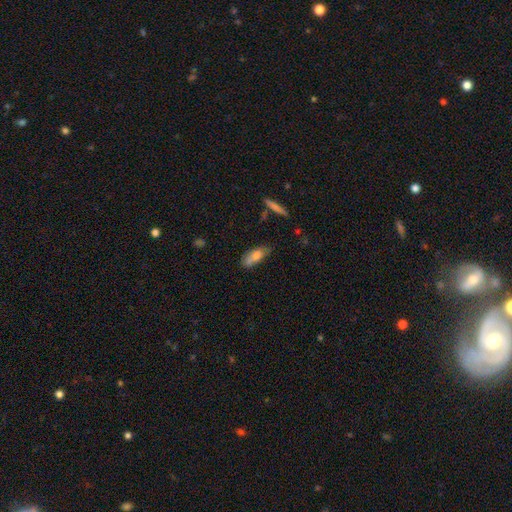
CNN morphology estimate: This appears to be a smooth galaxy with no disk features (71%) that is in between round and cigar-shaped (71%). Merging: none (48%).